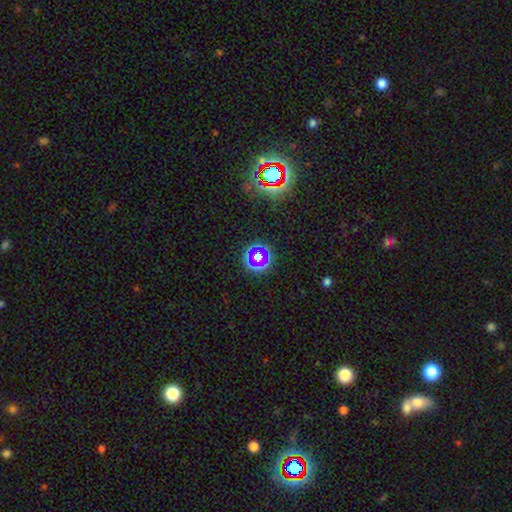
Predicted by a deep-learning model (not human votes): Morphology: type=star or artifact (46%).